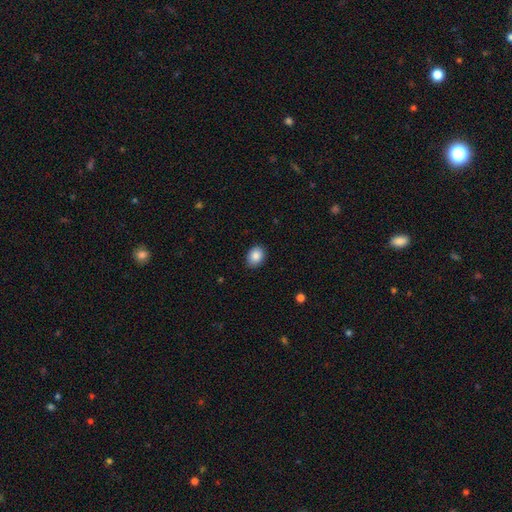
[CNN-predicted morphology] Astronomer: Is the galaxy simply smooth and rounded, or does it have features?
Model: smooth — 88%.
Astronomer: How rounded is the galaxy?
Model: in between — 63%.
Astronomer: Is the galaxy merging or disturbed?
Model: none — 89%.